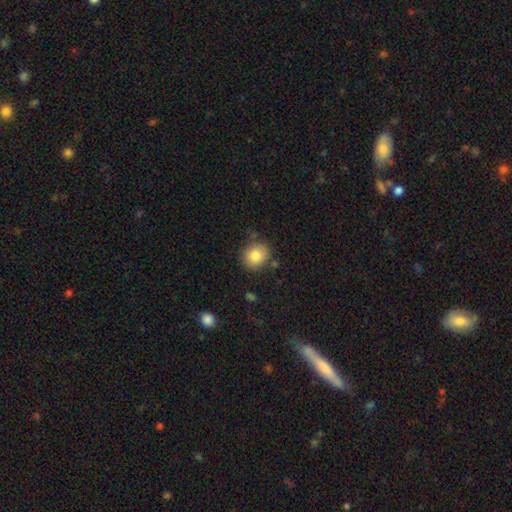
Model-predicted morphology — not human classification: type=smooth (83%); roundness=round (77%); merging=none (81%).